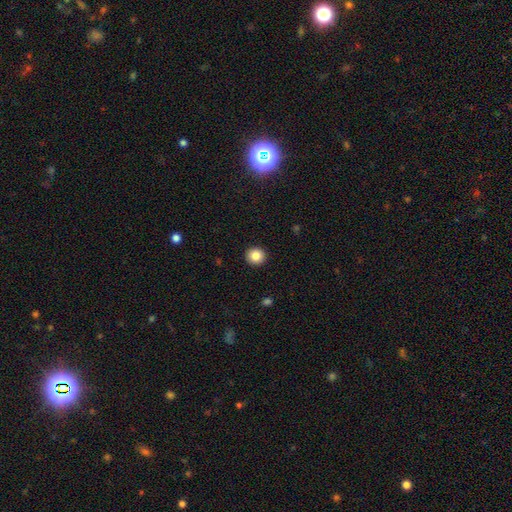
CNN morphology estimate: Q: Smooth or featured?
A: smooth (85%); runner-up: star or artifact (9%)
Q: How rounded?
A: round (91%); runner-up: in between (8%)
Q: Merging?
A: none (93%); runner-up: minor disturbance (5%)